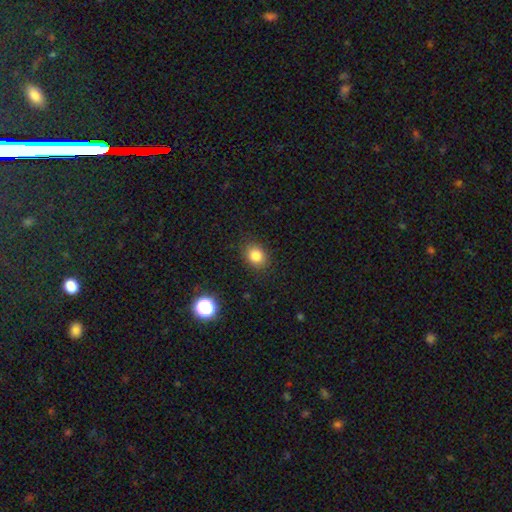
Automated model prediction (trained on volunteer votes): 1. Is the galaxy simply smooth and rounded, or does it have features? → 83% smooth, 12% star or artifact, 5% featured or disk.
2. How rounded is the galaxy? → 56% round, 43% in between, 1% cigar-shaped.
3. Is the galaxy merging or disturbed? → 87% none, 9% minor disturbance, 3% major disturbance, 1% merger.